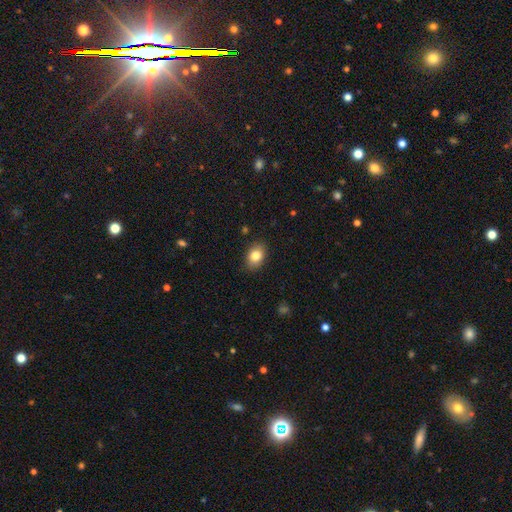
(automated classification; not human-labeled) smooth_or_featured: smooth (p=0.83) [alt: star or artifact p=0.09]
how_rounded: in between (p=0.73) [alt: round p=0.26]
merging: none (p=0.87) [alt: minor disturbance p=0.10]